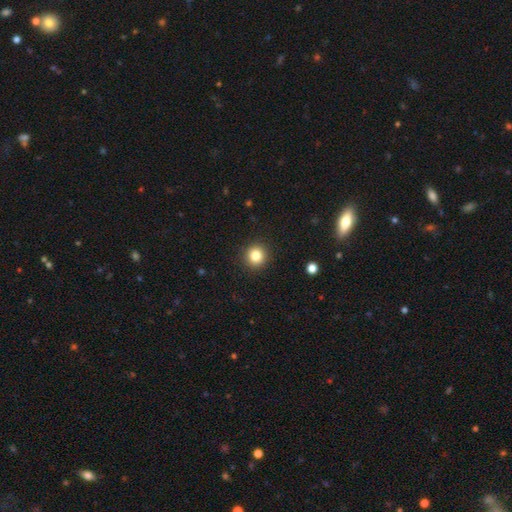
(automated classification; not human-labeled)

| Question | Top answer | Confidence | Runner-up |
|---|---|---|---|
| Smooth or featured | smooth | 83% | star or artifact (11%) |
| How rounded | round | 94% | in between (5%) |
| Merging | none | 92% | minor disturbance (5%) |